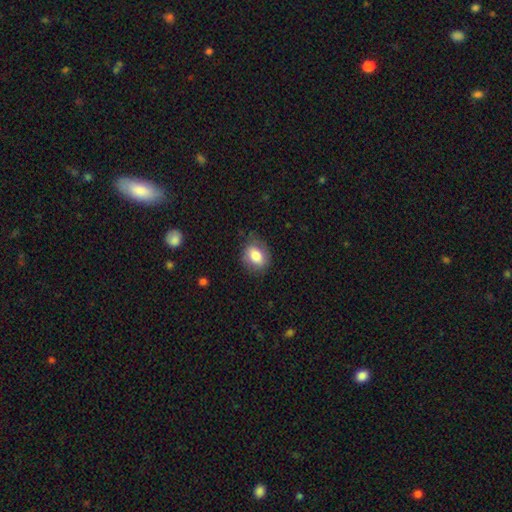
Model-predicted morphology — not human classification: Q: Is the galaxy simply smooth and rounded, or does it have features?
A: smooth — 77%.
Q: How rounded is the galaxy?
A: in between — 61%.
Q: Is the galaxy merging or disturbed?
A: none — 73%.